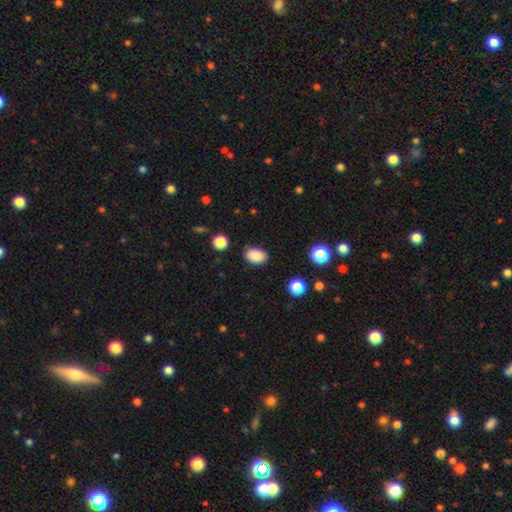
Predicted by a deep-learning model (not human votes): Smooth or featured? smooth (87%)
How rounded? in between (85%)
Merging? none (83%)